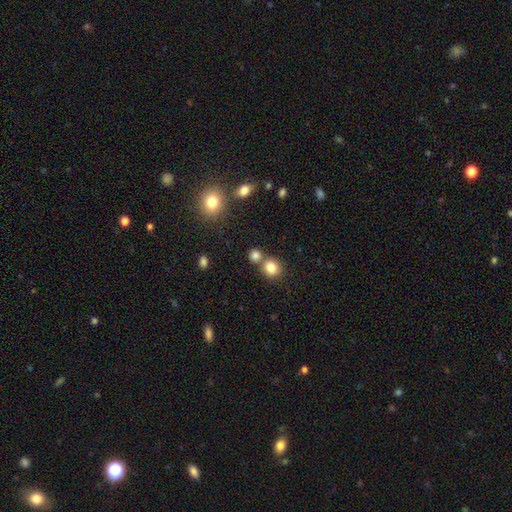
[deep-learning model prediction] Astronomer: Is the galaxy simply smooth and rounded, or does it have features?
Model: smooth — 82%.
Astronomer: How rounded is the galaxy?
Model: round — 80%.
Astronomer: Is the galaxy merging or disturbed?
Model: none — 59%.